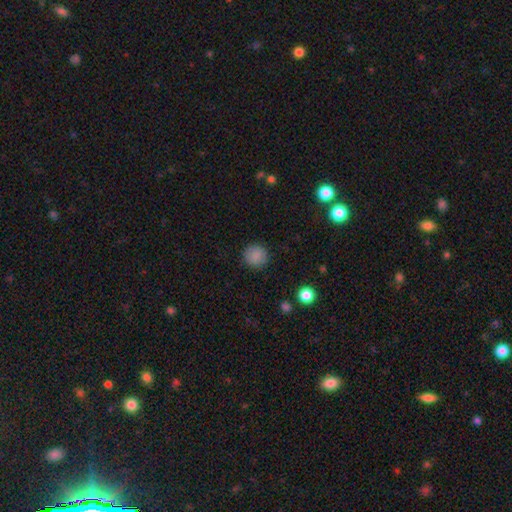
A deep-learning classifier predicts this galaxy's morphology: smooth 85%, star or artifact 10%, featured or disk 5%. Down the decision tree: how rounded — round (90%); merging — none (88%).